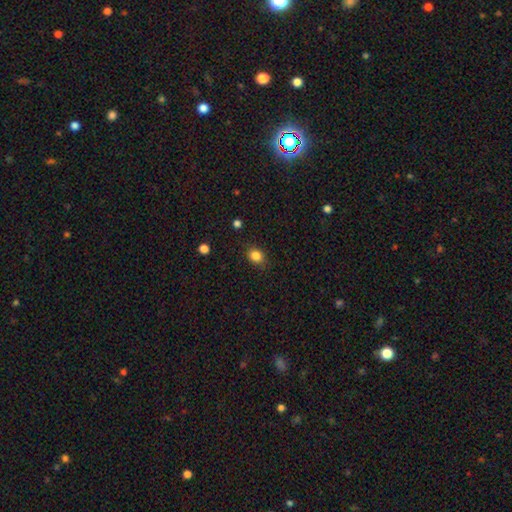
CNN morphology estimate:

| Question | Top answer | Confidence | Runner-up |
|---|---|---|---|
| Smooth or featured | smooth | 85% | star or artifact (11%) |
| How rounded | in between | 50% | round (49%) |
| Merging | none | 83% | minor disturbance (13%) |